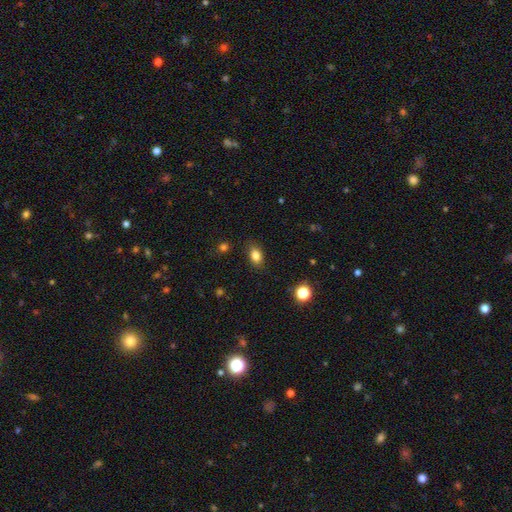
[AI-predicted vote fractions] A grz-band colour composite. It shows a smooth galaxy with no disk features (83%) that is in between round and cigar-shaped (81%). Merging: none (83%).